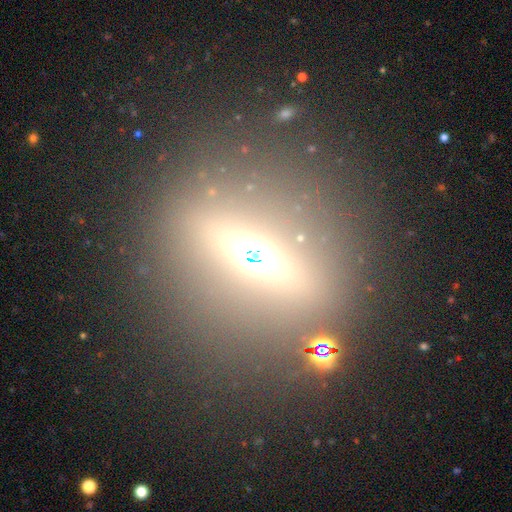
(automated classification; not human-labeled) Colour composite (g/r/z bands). It shows a featured or disk galaxy (44%). Merging: none (83%).